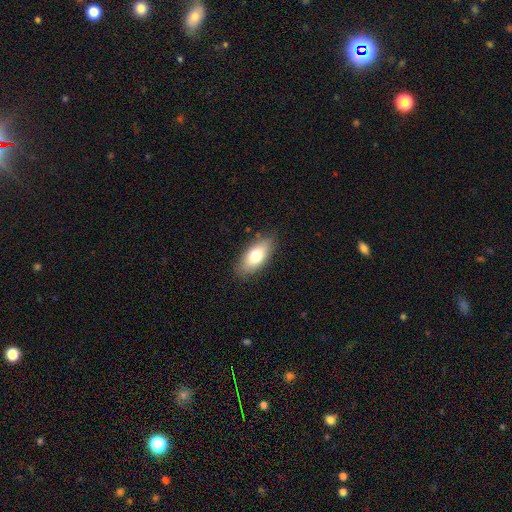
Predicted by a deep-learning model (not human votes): Q: Smooth or featured?
A: smooth (74%); runner-up: featured or disk (19%)
Q: How rounded?
A: in between (85%); runner-up: cigar-shaped (12%)
Q: Merging?
A: none (85%); runner-up: minor disturbance (12%)